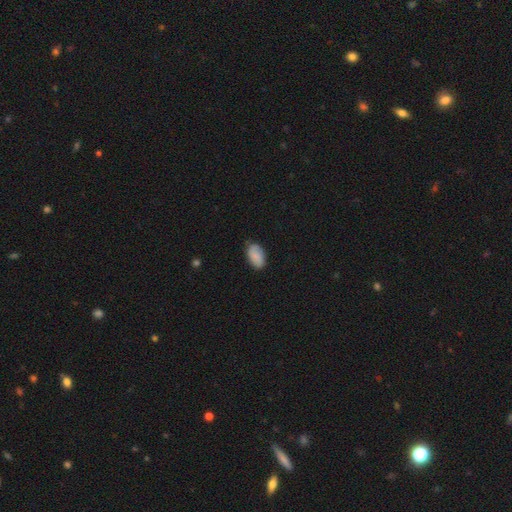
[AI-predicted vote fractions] Q: Smooth or featured?
A: smooth (80%); runner-up: featured or disk (13%)
Q: How rounded?
A: in between (94%); runner-up: round (5%)
Q: Merging?
A: none (79%); runner-up: minor disturbance (17%)